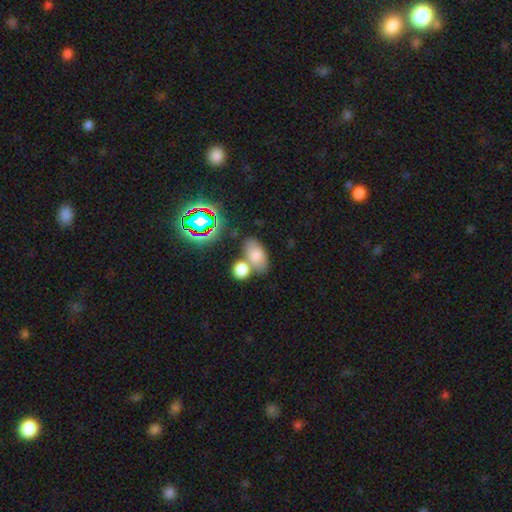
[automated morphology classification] Overall: smooth (73%). How rounded: in between (85%). Merging: none (52%; merger 31%).